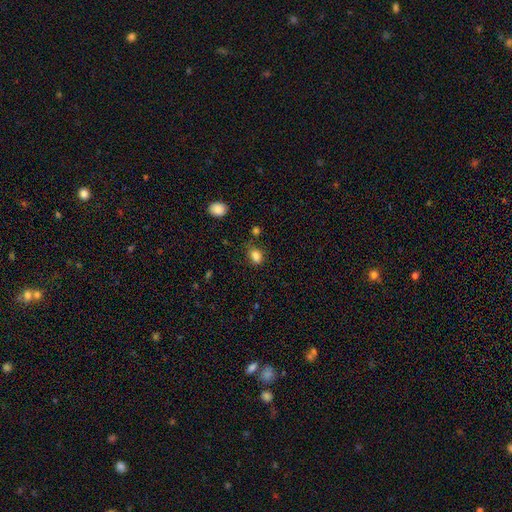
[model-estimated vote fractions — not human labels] Smooth or featured: smooth — 83% (star or artifact — 12%)
How rounded: in between — 71% (round — 28%)
Merging: none — 65% (minor disturbance — 23%)